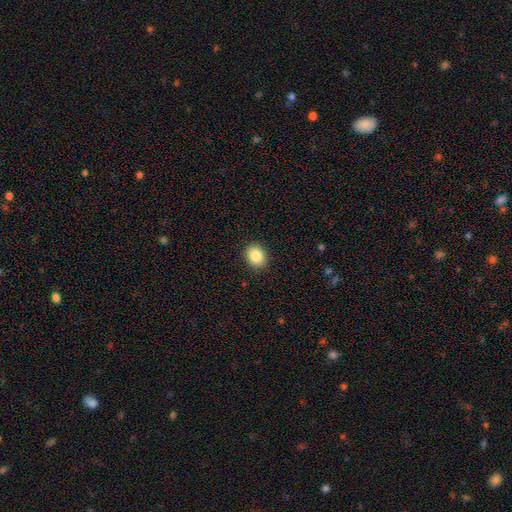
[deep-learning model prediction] Smooth or featured? smooth (86%)
How rounded? round (52%)
Merging? none (90%)